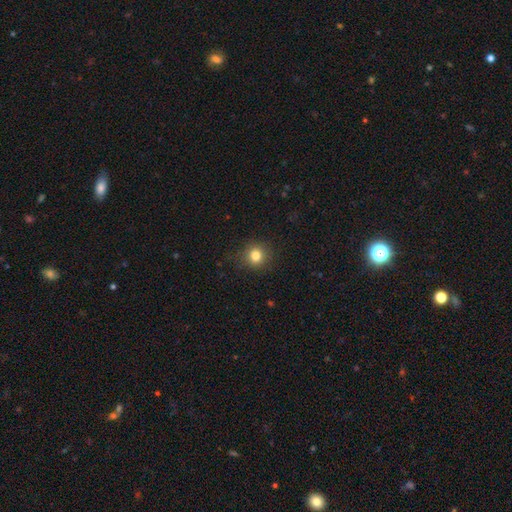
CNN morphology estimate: A smooth galaxy with no disk features (81%) that is round (90%). Merging: none (89%).